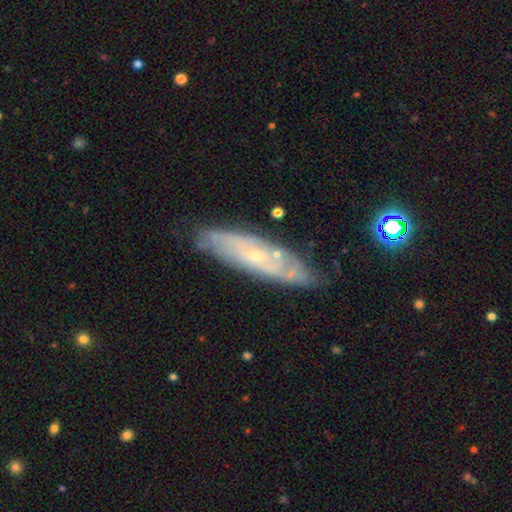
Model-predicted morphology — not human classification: Smooth or featured? featured or disk (72%)
Edge-on disk? no (74%)
Bar? no (75%)
Spiral arms? yes (76%)
Bulge size? small (79%)
Merging? none (76%)